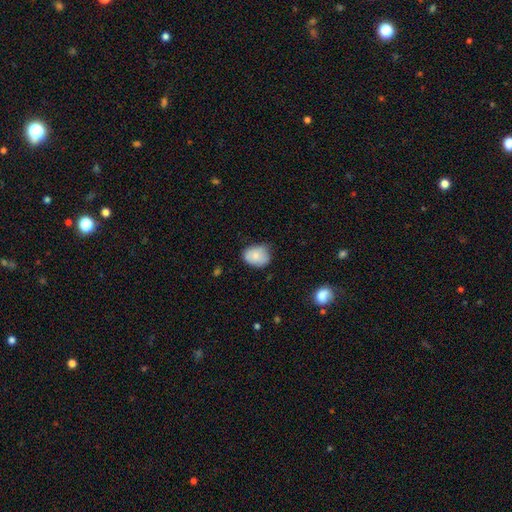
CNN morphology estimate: Overall: smooth (79%). How rounded: in between (60%; round 39%). Merging: none (61%; minor disturbance 32%).